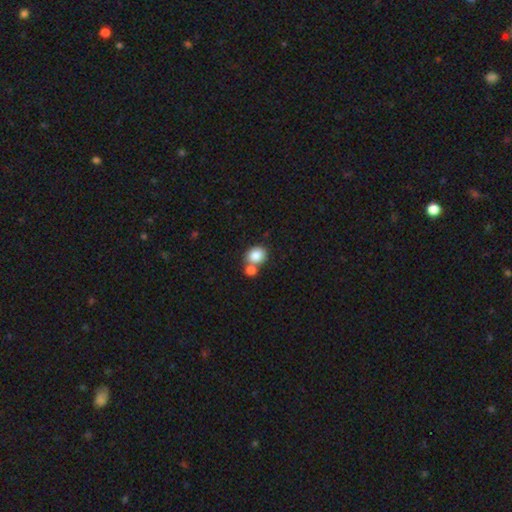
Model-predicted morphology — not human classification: Overall: smooth (84%). How rounded: round (67%; in between 32%). Merging: none (50%; merger 39%).